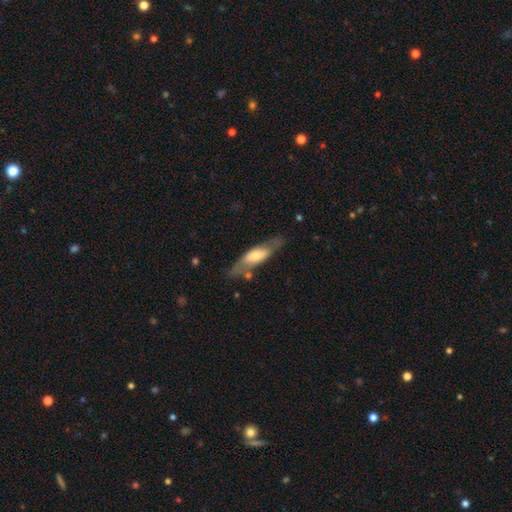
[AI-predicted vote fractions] A featured or disk galaxy (47%, tied with smooth).

Vote fractions:
- Smooth or featured? featured or disk: 47% (tied) / smooth: 47% (tied) / star or artifact: 6%
- Merging? none: 67% / minor disturbance: 19% / major disturbance: 8% / merger: 6%